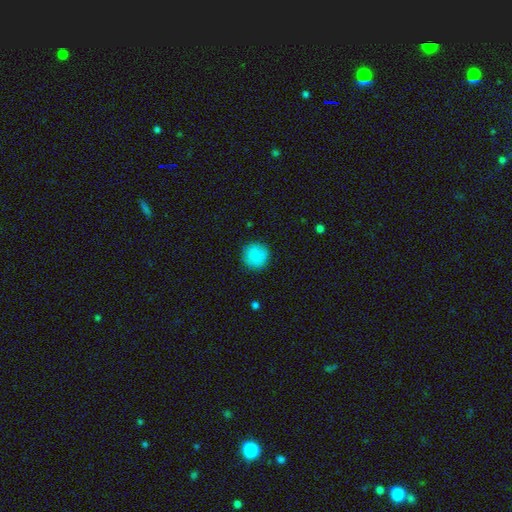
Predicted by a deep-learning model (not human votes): The model was most divided on "smooth or featured": smooth: 88%, star or artifact: 8%, featured or disk: 4%. More confident: how rounded — round (95%); merging — none (90%).